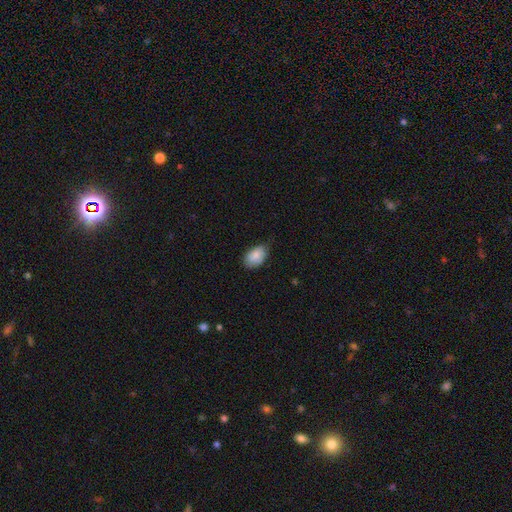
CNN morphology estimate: smooth_or_featured: smooth (p=0.86) [alt: featured or disk p=0.08]
how_rounded: in between (p=0.90) [alt: round p=0.09]
merging: none (p=0.60) [alt: minor disturbance p=0.34]